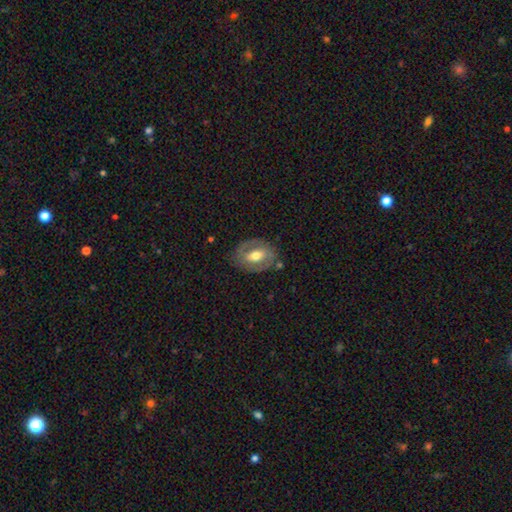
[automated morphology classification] A featured or disk galaxy (61%) with a weak bar (39%), spiral arms (51%) and a moderate central bulge (72%). Merging: none (76%).